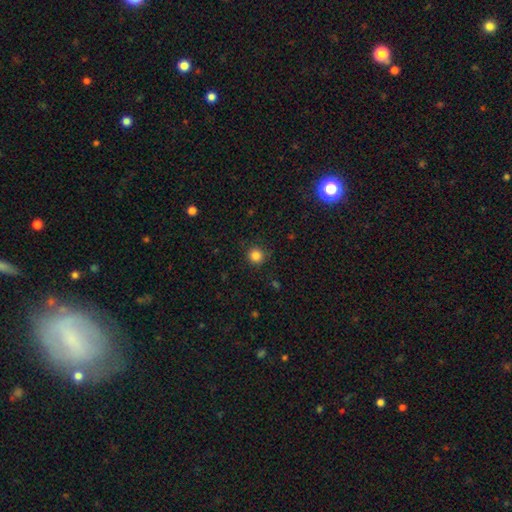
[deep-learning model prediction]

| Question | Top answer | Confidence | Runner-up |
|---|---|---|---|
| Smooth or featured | smooth | 85% | star or artifact (12%) |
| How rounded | round | 94% | in between (5%) |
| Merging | none | 90% | minor disturbance (7%) |